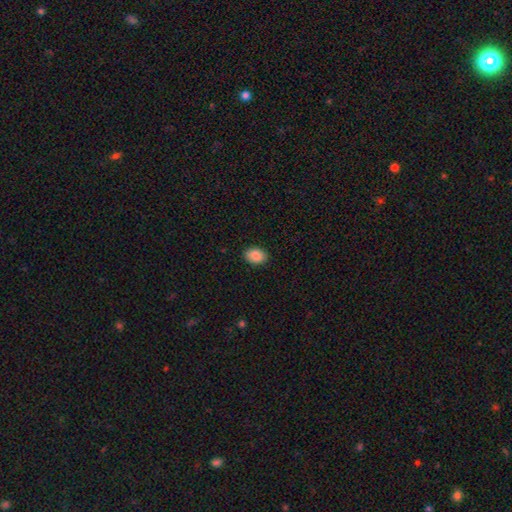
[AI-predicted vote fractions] The model was most divided on "how rounded": in between: 77%, round: 22%, cigar-shaped: 1%. More confident: merging — none (90%); smooth or featured — smooth (88%).